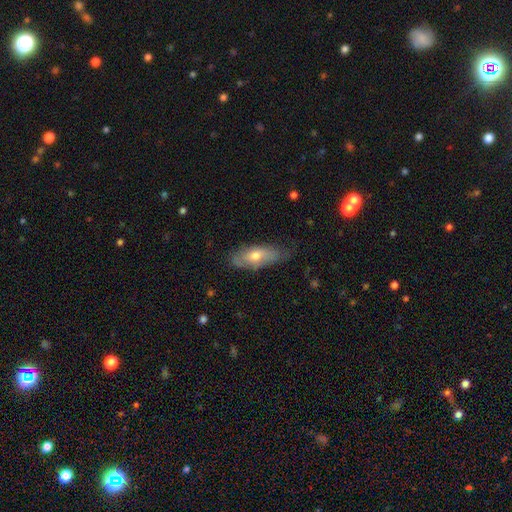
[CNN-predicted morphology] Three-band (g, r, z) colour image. It shows a smooth galaxy with no disk features (62%) that is in between round and cigar-shaped (75%). Merging: none (62%).